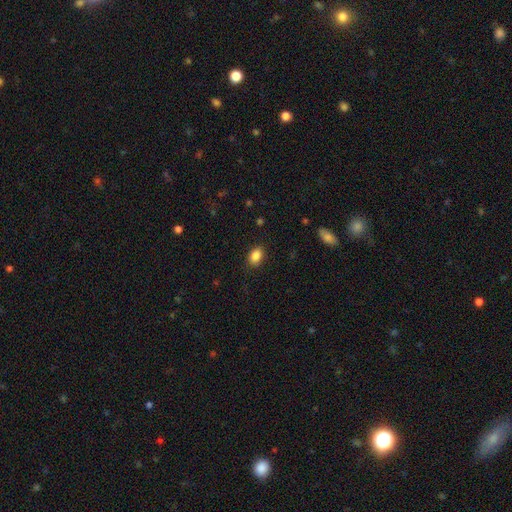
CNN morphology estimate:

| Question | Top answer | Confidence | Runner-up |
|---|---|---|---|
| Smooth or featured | smooth | 87% | star or artifact (9%) |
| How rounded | in between | 84% | round (15%) |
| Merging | none | 86% | minor disturbance (10%) |